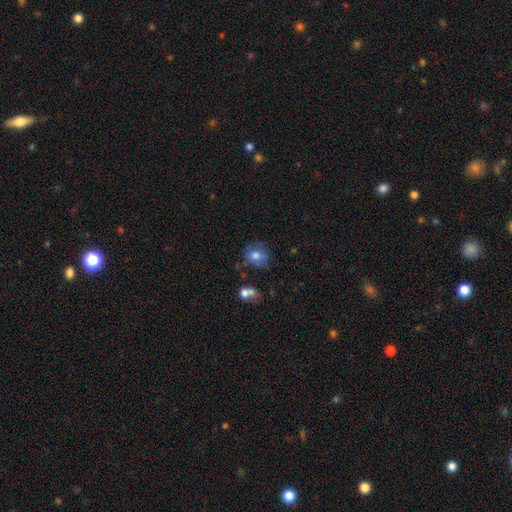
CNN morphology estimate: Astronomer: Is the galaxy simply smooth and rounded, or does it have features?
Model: smooth — 68%.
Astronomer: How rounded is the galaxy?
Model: round — 68%.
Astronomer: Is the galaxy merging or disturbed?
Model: none — 61%.